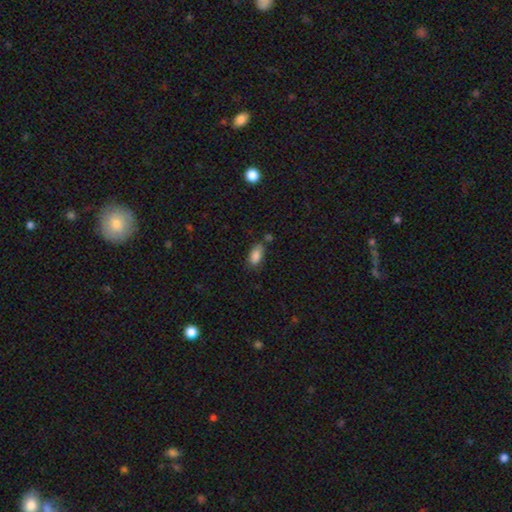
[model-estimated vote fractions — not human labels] Smooth or featured? smooth (86%)
How rounded? in between (91%)
Merging? none (59%)